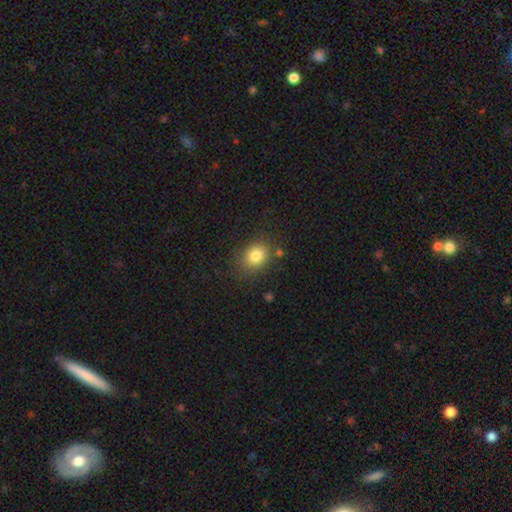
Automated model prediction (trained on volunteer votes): Smooth or featured? smooth (81%)
How rounded? round (54%)
Merging? none (78%)